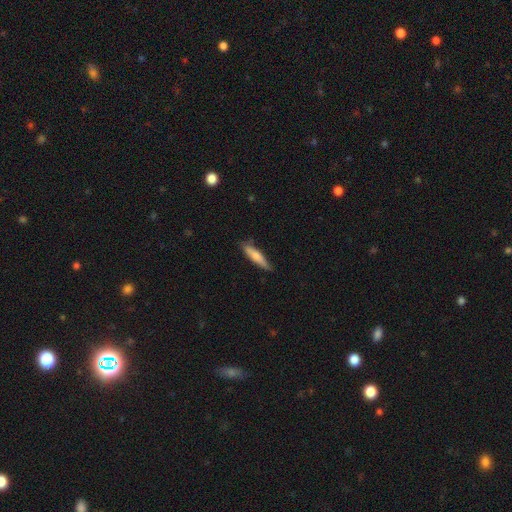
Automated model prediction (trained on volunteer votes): This appears to be a smooth galaxy with no disk features (73%) that is cigar-shaped (84%). Merging: none (77%).